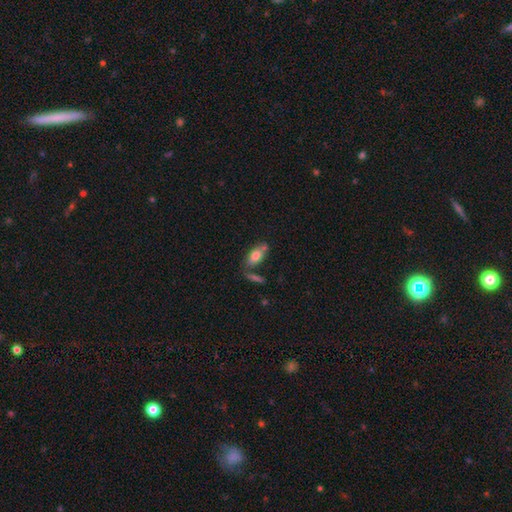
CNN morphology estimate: A smooth galaxy with no disk features (73%) that is in between round and cigar-shaped (84%). Merging: none (55%).